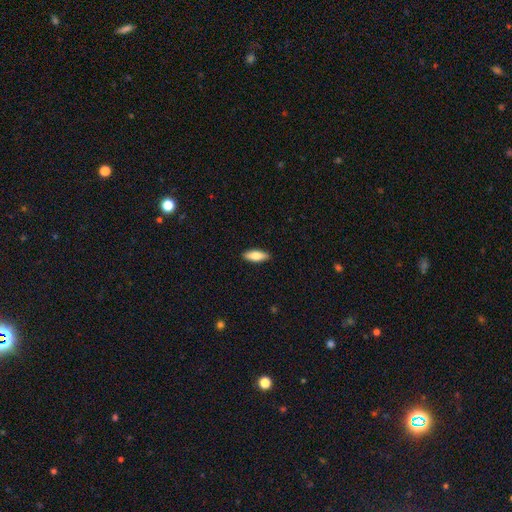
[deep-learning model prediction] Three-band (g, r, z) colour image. It shows a smooth galaxy with no disk features (79%) that is in between round and cigar-shaped (71%). Merging: none (90%).